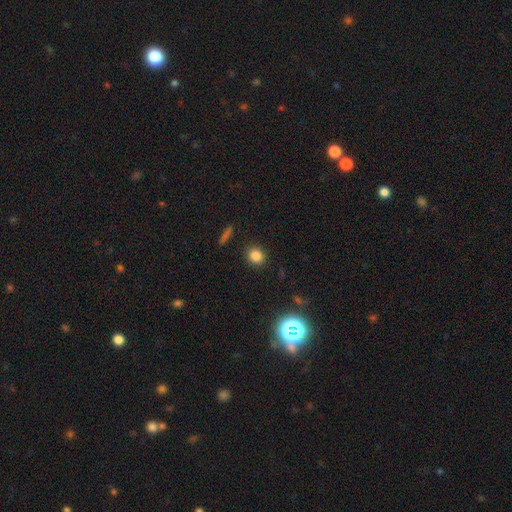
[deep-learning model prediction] This is clearly a smooth galaxy (81%). How rounded: likely round (78%). Merging: clearly none (89%).